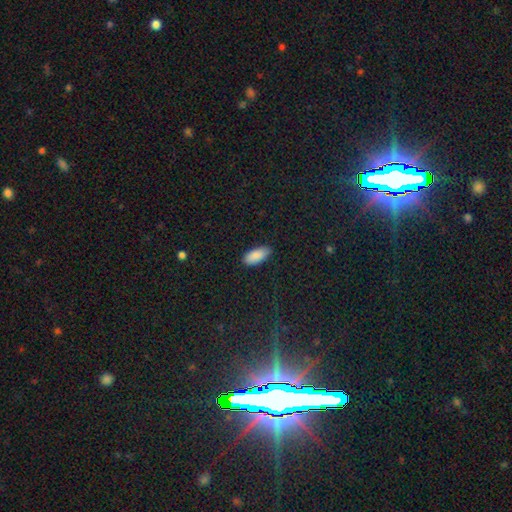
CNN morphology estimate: This is clearly a smooth galaxy (89%). How rounded: clearly in between (90%). Merging: clearly none (85%).